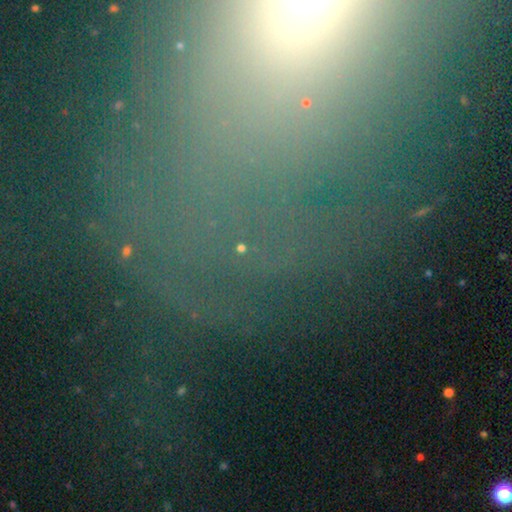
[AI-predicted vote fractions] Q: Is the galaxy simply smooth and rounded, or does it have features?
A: star or artifact — 75%.